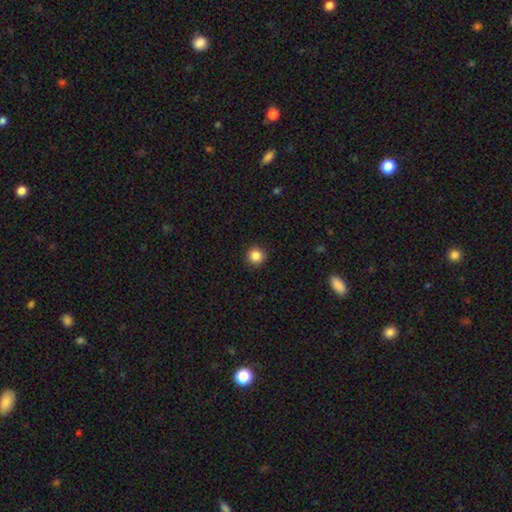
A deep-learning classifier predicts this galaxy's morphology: This appears to be a smooth galaxy with no disk features (86%) that is round (95%). Merging: none (93%).